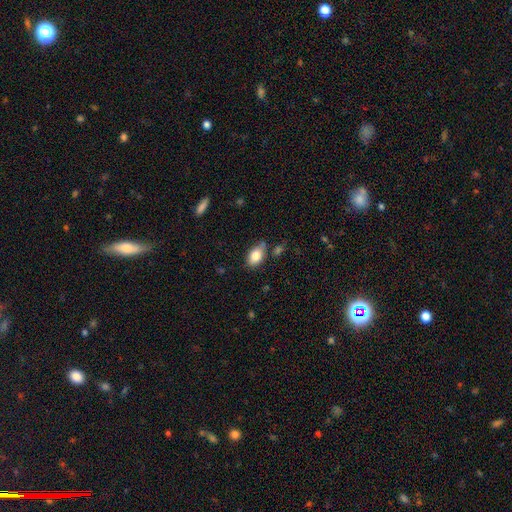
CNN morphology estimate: The model was most divided on "merging": none: 68%, minor disturbance: 22%, merger: 6%, major disturbance: 5%. More confident: how rounded — in between (90%); smooth or featured — smooth (82%).